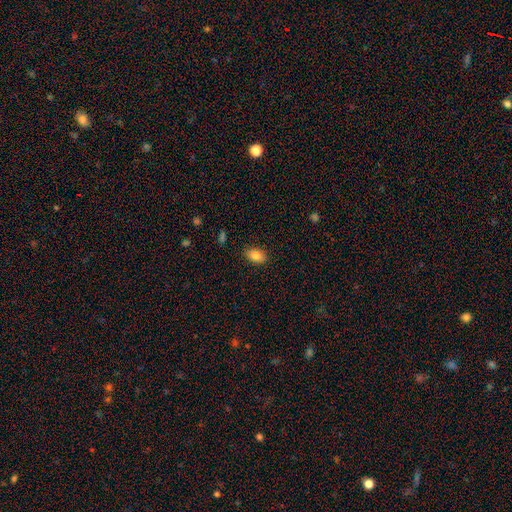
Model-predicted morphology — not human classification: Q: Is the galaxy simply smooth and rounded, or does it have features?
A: smooth — 85%.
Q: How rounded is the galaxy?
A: in between — 87%.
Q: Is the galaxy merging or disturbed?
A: none — 88%.